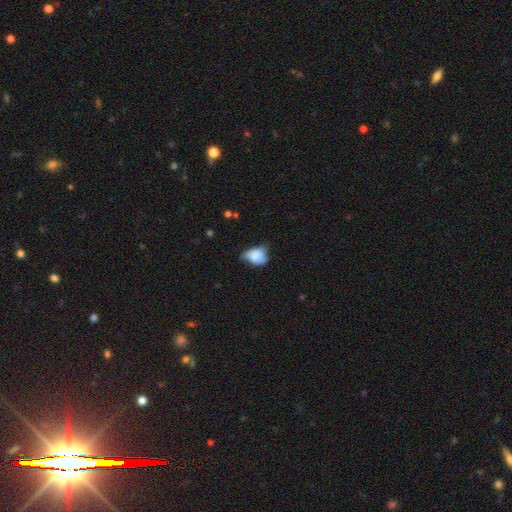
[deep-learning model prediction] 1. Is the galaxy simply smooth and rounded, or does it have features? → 70% smooth, 22% featured or disk, 8% star or artifact.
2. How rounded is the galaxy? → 73% in between, 26% round, 1% cigar-shaped.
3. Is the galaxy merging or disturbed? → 45% minor disturbance, 28% none, 22% major disturbance, 5% merger.